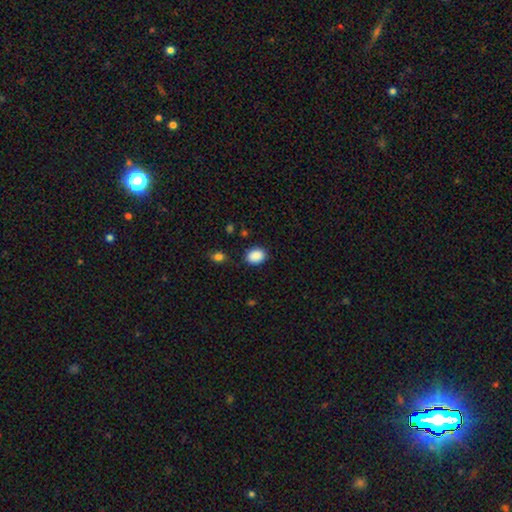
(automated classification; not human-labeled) Smooth or featured? smooth (89%)
How rounded? in between (63%)
Merging? none (84%)